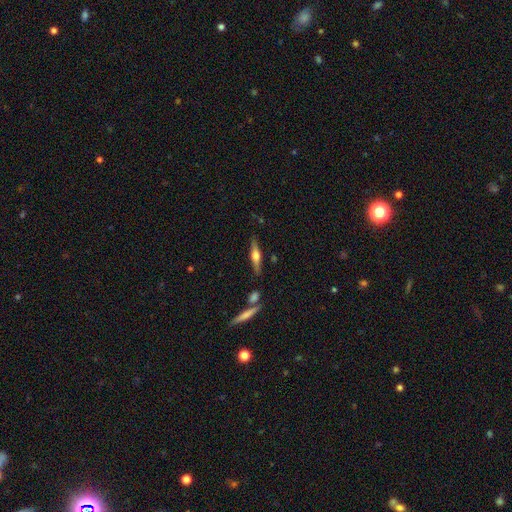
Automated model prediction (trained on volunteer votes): Overall: featured or disk (60%; smooth 33%). Edge-on disk: yes (96%). Edge-on bulge: rounded (89%). Merging: none (83%).